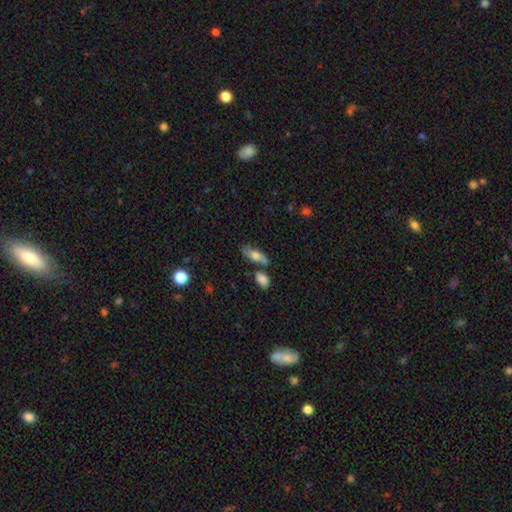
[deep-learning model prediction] Overall: smooth (62%; featured or disk 30%). How rounded: in between (75%). Merging: none (55%; merger 21%).